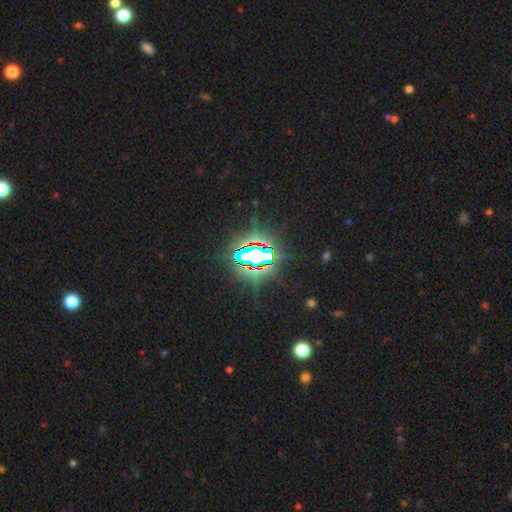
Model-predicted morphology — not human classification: smooth_or_featured: star or artifact (p=0.78) [alt: smooth p=0.11]